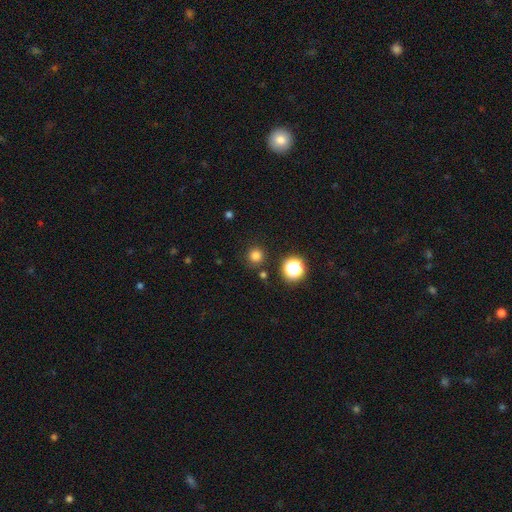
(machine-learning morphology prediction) type=smooth (77%); roundness=round (95%); merging=none (88%).